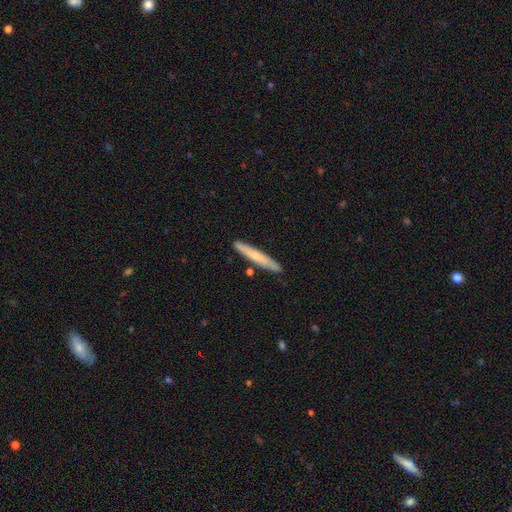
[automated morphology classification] Smooth or featured? smooth (62%)
How rounded? cigar-shaped (95%)
Merging? none (86%)